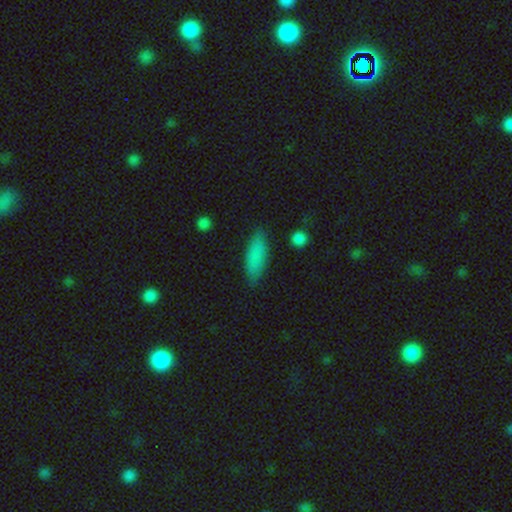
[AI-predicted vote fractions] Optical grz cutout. It shows a smooth galaxy with no disk features (85%) that is in between round and cigar-shaped (59%). Merging: none (83%).